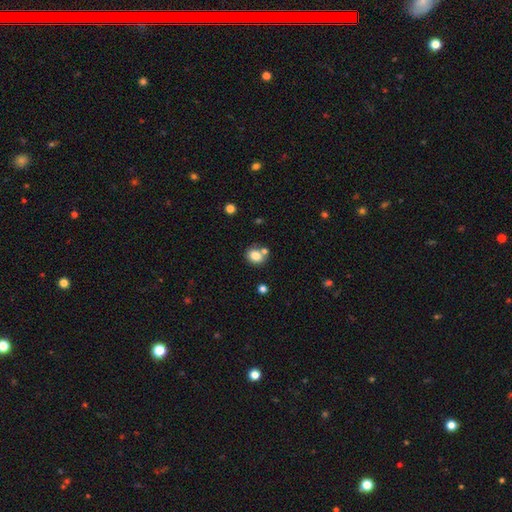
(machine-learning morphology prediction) Smooth or featured? Predicted: smooth (p=0.81). How rounded? Predicted: round (p=0.65). Merging? Predicted: none (p=0.63).